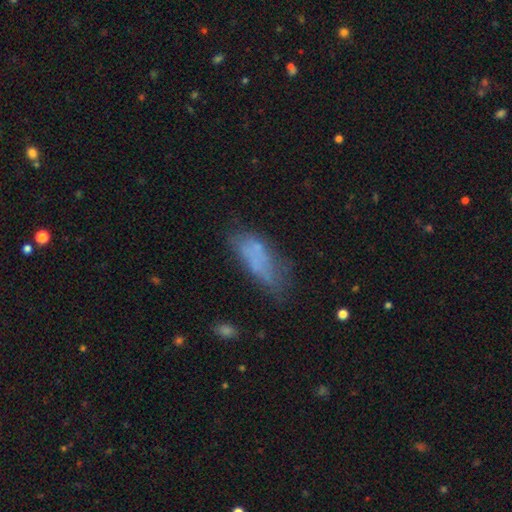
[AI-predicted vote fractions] This is possibly a smooth galaxy (58%). How rounded: likely in between (65%). Merging: marginally none (45%).